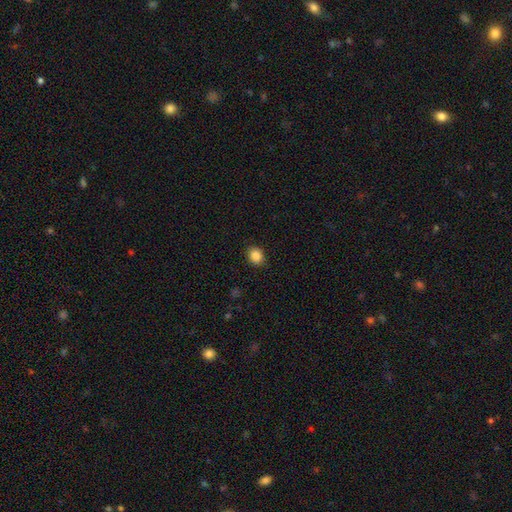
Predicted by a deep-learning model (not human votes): Smooth or featured?
  - smooth: 87% *
  - star or artifact: 10%
  - featured or disk: 3%
How rounded?
  - round: 66% *
  - in between: 33%
  - cigar-shaped: 1%
Merging?
  - none: 89% *
  - minor disturbance: 8%
  - major disturbance: 2%
  - merger: 1%